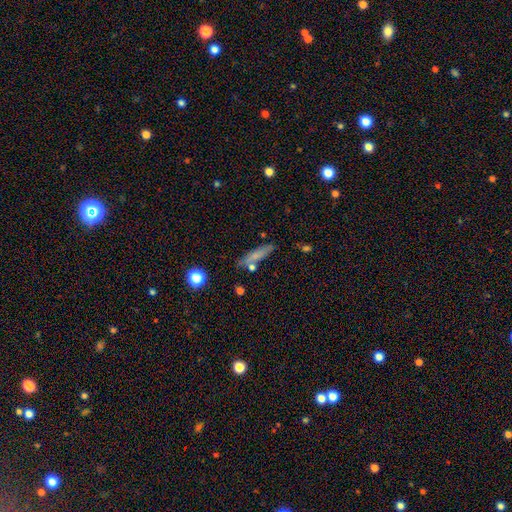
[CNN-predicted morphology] The model was most divided on "smooth or featured": smooth: 68%, featured or disk: 23%, star or artifact: 10%. More confident: how rounded — cigar-shaped (75%); merging — none (73%).